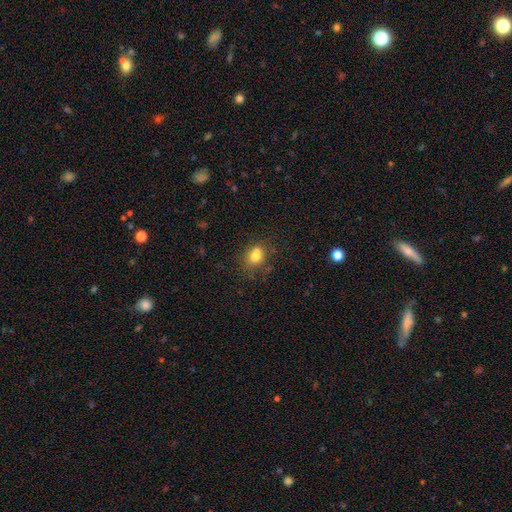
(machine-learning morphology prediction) smooth_or_featured: smooth (p=0.74) [alt: star or artifact p=0.13]
how_rounded: round (p=0.56) [alt: in between p=0.42]
merging: none (p=0.51) [alt: merger p=0.25]